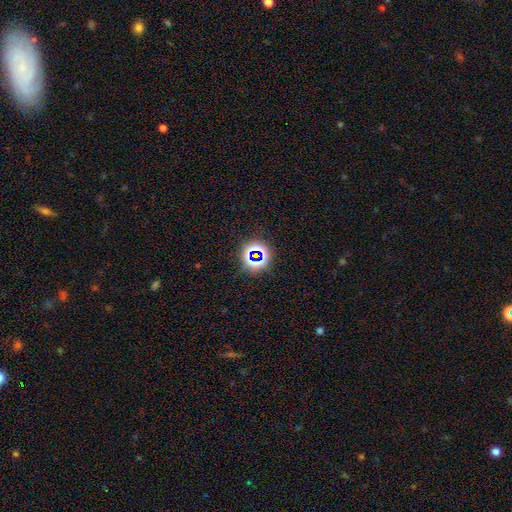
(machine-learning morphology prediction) This appears to be a star or artifact, not a galaxy (69%).